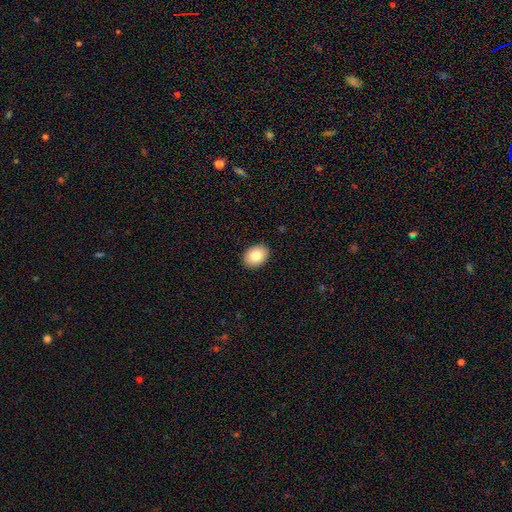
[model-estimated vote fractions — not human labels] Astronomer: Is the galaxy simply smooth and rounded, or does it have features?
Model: smooth — 84%.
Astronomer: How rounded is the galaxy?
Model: in between — 73%.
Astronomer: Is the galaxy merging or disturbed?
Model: none — 90%.